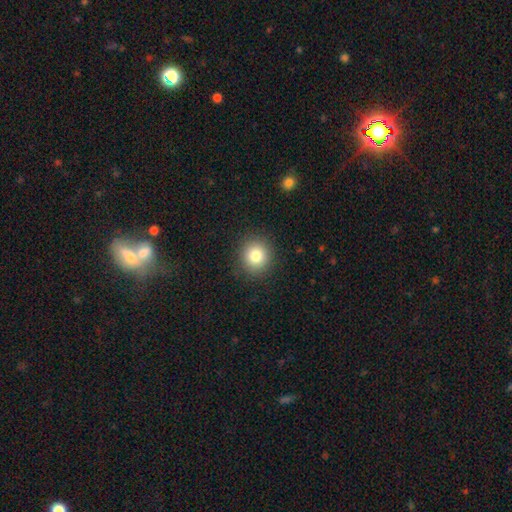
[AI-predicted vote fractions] This is clearly a smooth galaxy (82%). How rounded: clearly round (88%). Merging: clearly none (90%).